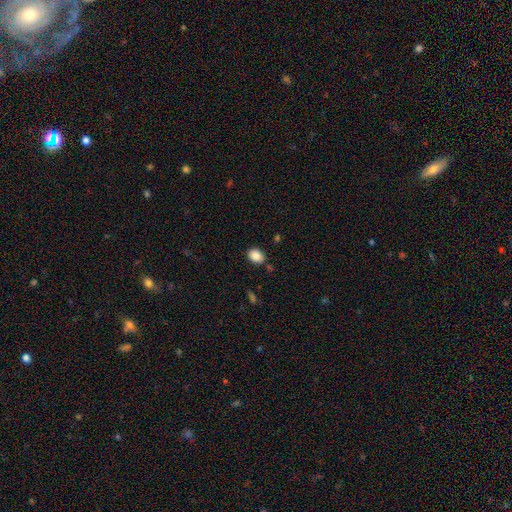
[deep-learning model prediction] The model was most divided on "how rounded": in between: 66%, round: 33%, cigar-shaped: 1%. More confident: smooth or featured — smooth (86%); merging — none (84%).